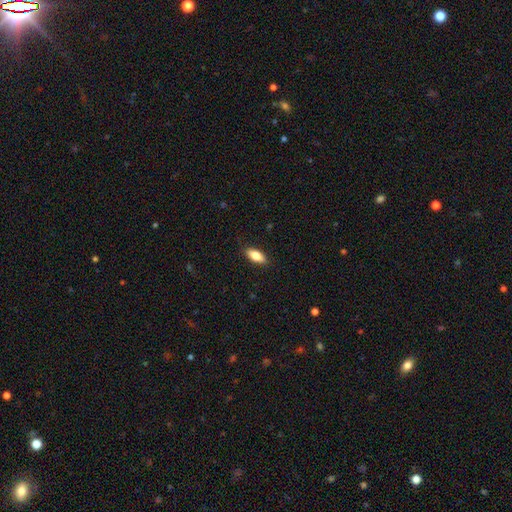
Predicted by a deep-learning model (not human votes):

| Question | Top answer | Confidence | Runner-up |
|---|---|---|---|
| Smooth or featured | smooth | 78% | featured or disk (16%) |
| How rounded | in between | 81% | cigar-shaped (17%) |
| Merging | none | 88% | minor disturbance (9%) |